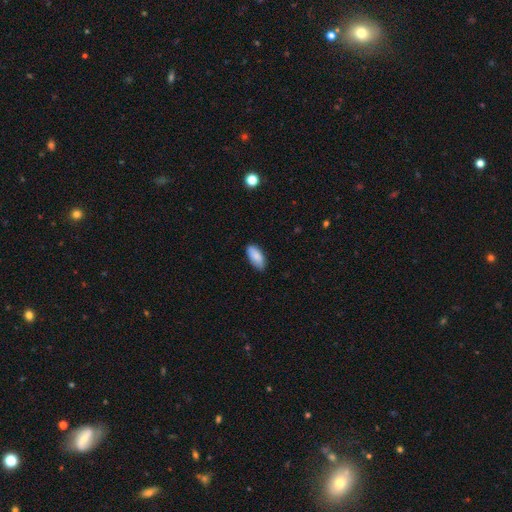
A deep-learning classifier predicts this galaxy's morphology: A smooth galaxy with no disk features (86%) that is in between round and cigar-shaped (88%).

Vote fractions:
- Smooth or featured? smooth: 86% / featured or disk: 8% / star or artifact: 6%
- How rounded? in between: 88% / cigar-shaped: 11% / round: 2%
- Merging? none: 82% / minor disturbance: 14% / major disturbance: 2% / merger: 1%